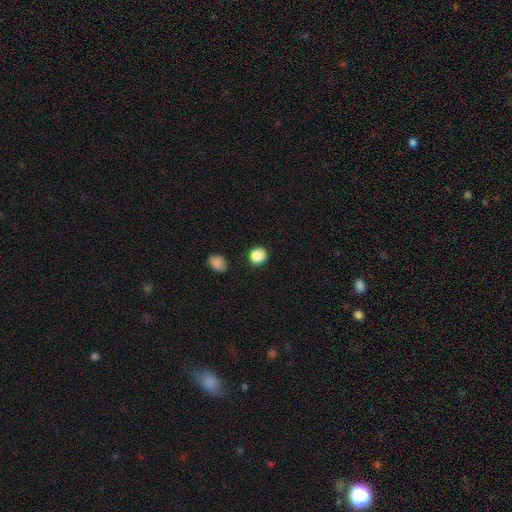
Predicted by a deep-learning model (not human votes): Smooth or featured?
  - smooth: 87% *
  - star or artifact: 9%
  - featured or disk: 4%
How rounded?
  - round: 85% *
  - in between: 14%
  - cigar-shaped: 1%
Merging?
  - none: 84% *
  - minor disturbance: 11%
  - major disturbance: 3%
  - merger: 3%